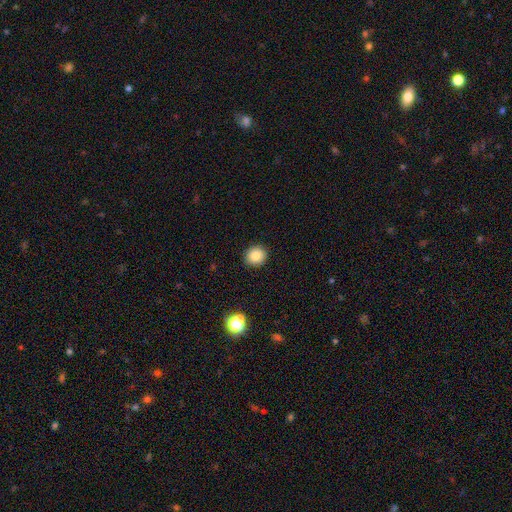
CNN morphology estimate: Q: Smooth or featured?
A: smooth (85%); runner-up: star or artifact (10%)
Q: How rounded?
A: round (86%); runner-up: in between (13%)
Q: Merging?
A: none (91%); runner-up: minor disturbance (6%)